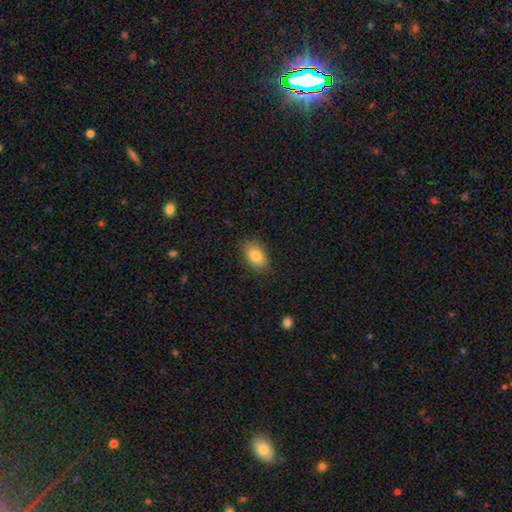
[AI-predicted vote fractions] smooth_or_featured: smooth (p=0.83) [alt: featured or disk p=0.09]
how_rounded: in between (p=0.84) [alt: round p=0.14]
merging: none (p=0.84) [alt: minor disturbance p=0.12]